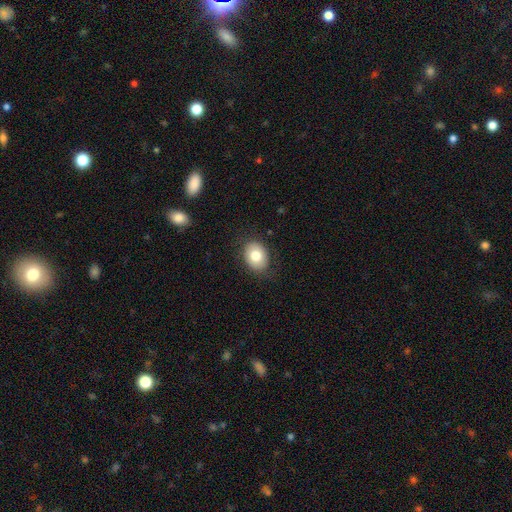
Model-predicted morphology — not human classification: Smooth or featured?
  - smooth: 79% *
  - featured or disk: 13%
  - star or artifact: 8%
How rounded?
  - in between: 64% *
  - round: 35%
  - cigar-shaped: 1%
Merging?
  - none: 83% *
  - minor disturbance: 13%
  - major disturbance: 4%
  - merger: 1%